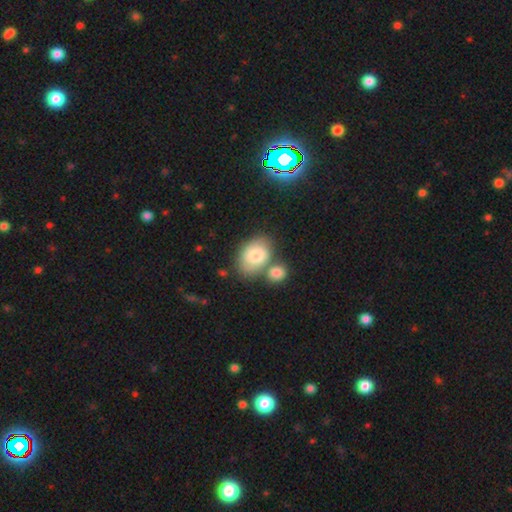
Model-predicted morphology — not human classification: This appears to be a smooth galaxy with no disk features (77%) that is in between round and cigar-shaped (83%). Merging: none (48%).